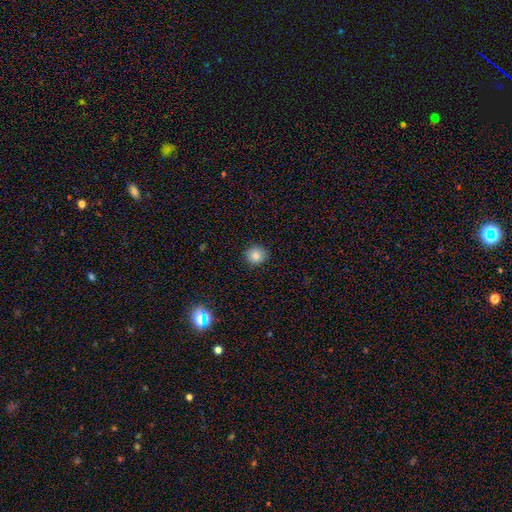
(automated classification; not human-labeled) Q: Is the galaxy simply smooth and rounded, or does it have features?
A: smooth — 83%.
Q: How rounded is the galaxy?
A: round — 88%.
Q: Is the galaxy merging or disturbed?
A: none — 90%.